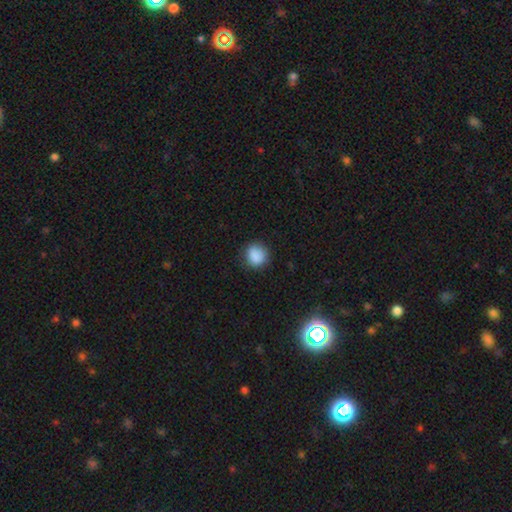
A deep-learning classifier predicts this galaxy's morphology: Overall: smooth (88%). How rounded: round (81%). Merging: none (83%).